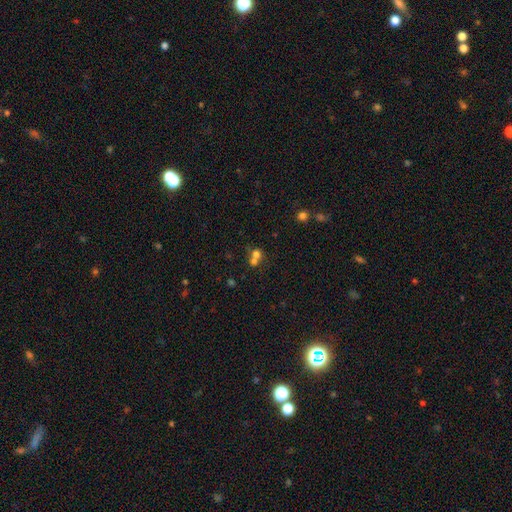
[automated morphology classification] Smooth or featured?
  - smooth: 67% *
  - star or artifact: 18%
  - featured or disk: 16%
How rounded?
  - round: 80% *
  - in between: 19%
  - cigar-shaped: 1%
Merging?
  - merger: 59% *
  - none: 33%
  - minor disturbance: 5%
  - major disturbance: 3%